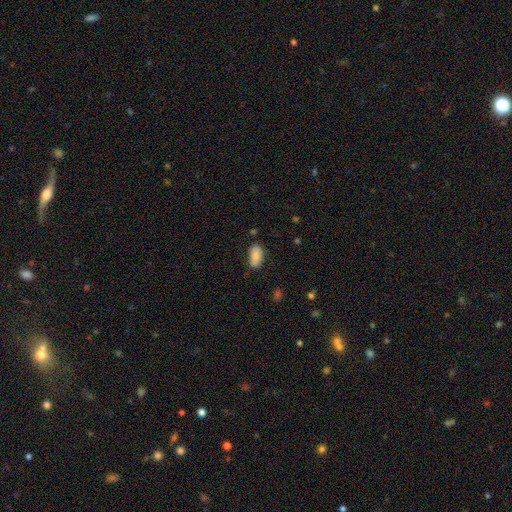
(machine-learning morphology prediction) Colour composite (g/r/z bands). It shows a smooth galaxy with no disk features (79%) that is in between round and cigar-shaped (93%). Merging: none (77%).